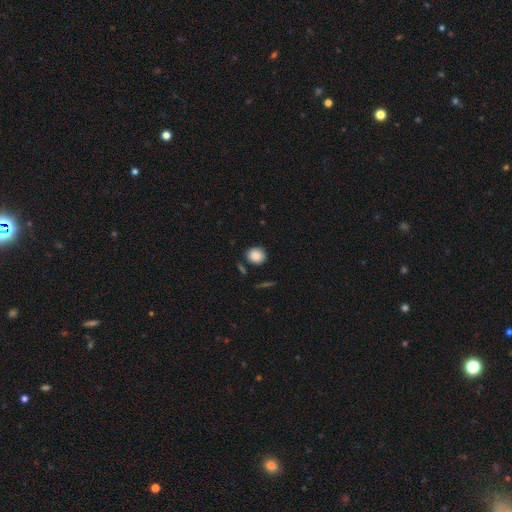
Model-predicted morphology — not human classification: smooth_or_featured: smooth (p=0.87) [alt: star or artifact p=0.08]
how_rounded: round (p=0.74) [alt: in between p=0.25]
merging: none (p=0.84) [alt: minor disturbance p=0.10]